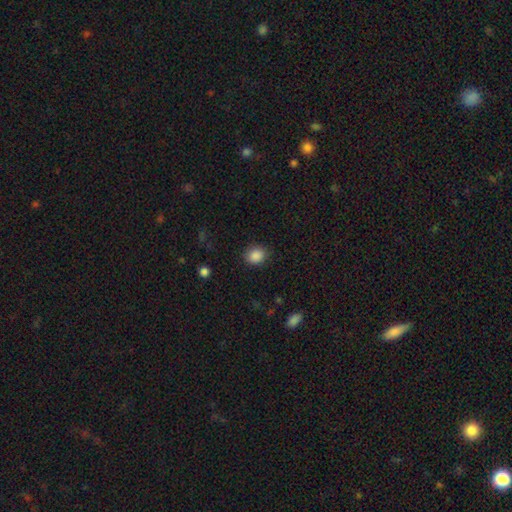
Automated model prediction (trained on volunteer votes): smooth-or-featured: smooth: 87% | star or artifact: 10% | featured or disk: 3%
  how-rounded: round: 69% | in between: 30% | cigar-shaped: 1%
  merging: none: 87% | minor disturbance: 9% | major disturbance: 3% | merger: 1%